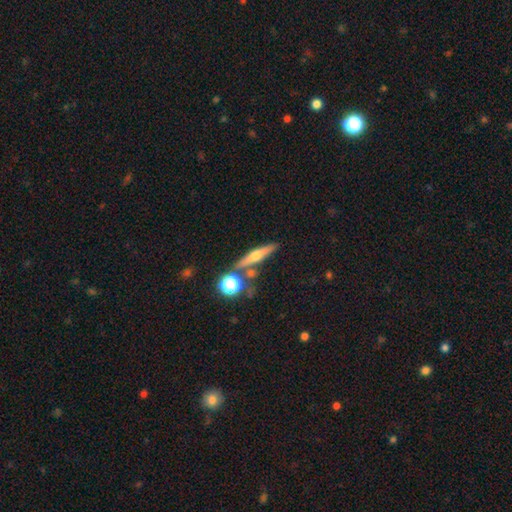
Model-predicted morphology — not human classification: Smooth or featured? featured or disk (52%)
Edge-on disk? yes (91%)
Merging? none (73%)